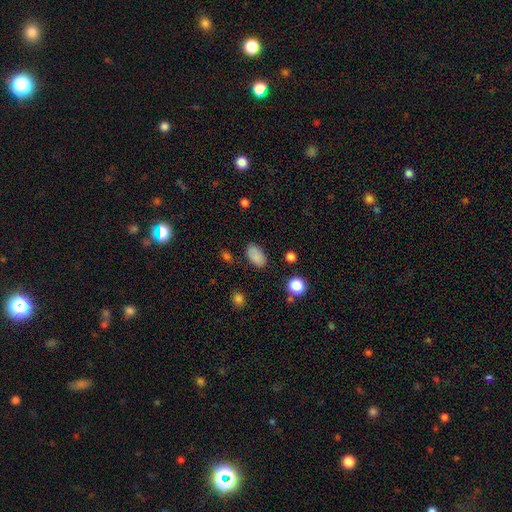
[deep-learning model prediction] Overall: smooth (86%). How rounded: in between (93%). Merging: none (84%).